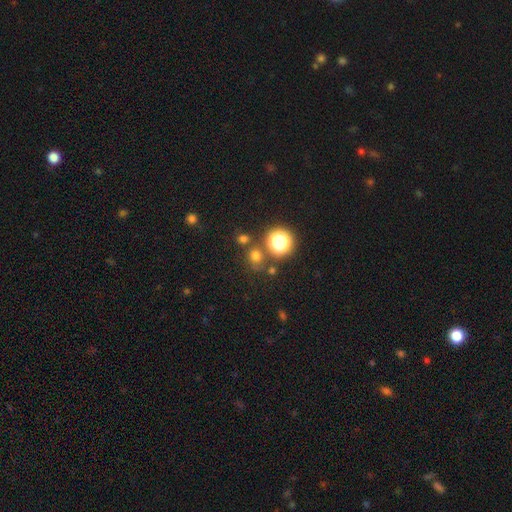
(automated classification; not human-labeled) smooth-or-featured: smooth: 64% | star or artifact: 29% | featured or disk: 7%
  how-rounded: round: 83% | in between: 16% | cigar-shaped: 1%
  merging: none: 71% | merger: 13% | minor disturbance: 11% | major disturbance: 5%